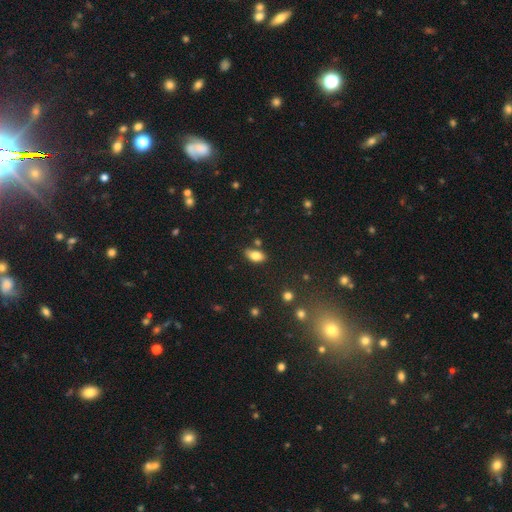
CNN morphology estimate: This is clearly a smooth galaxy (81%). How rounded: clearly in between (91%). Merging: likely none (72%).